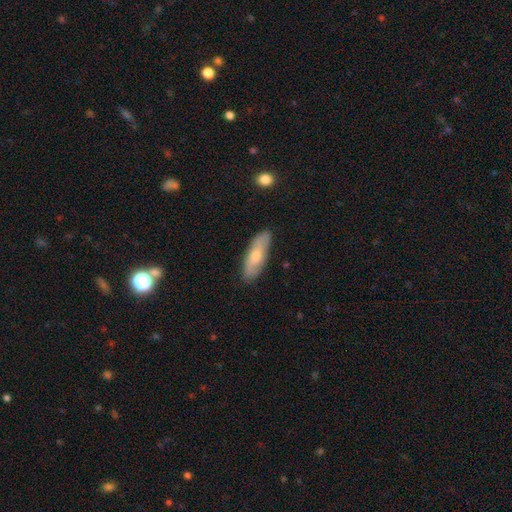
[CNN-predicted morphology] Smooth or featured? Predicted: smooth (p=0.60). How rounded? Predicted: in between (p=0.60). Merging? Predicted: none (p=0.82).